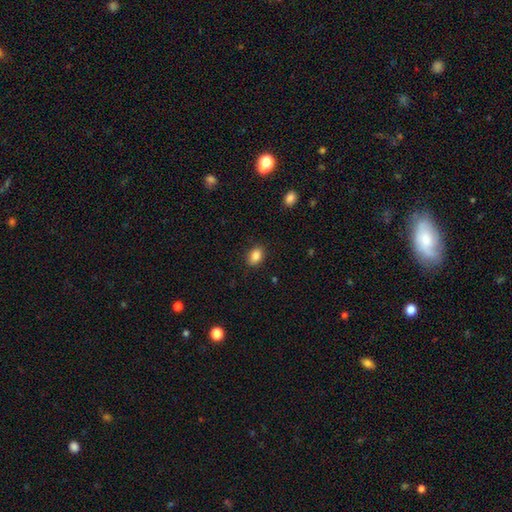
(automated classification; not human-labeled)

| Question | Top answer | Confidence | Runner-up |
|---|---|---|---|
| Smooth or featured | smooth | 86% | star or artifact (9%) |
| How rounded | in between | 78% | round (21%) |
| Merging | none | 87% | minor disturbance (10%) |